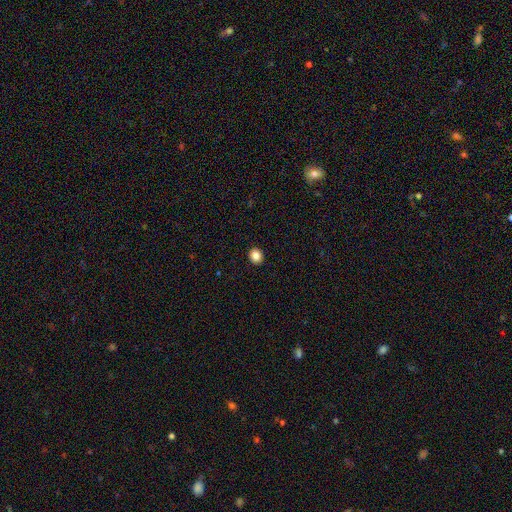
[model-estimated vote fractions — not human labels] Smooth or featured? smooth (86%)
How rounded? round (68%)
Merging? none (93%)